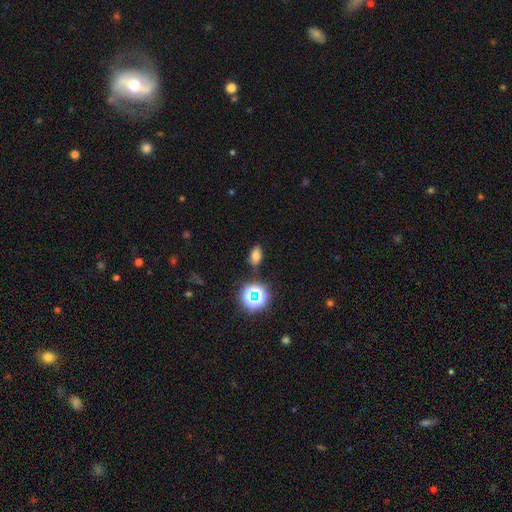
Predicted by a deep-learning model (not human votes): smooth_or_featured: smooth (p=0.70) [alt: star or artifact p=0.22]
how_rounded: in between (p=0.84) [alt: round p=0.13]
merging: none (p=0.81) [alt: minor disturbance p=0.13]